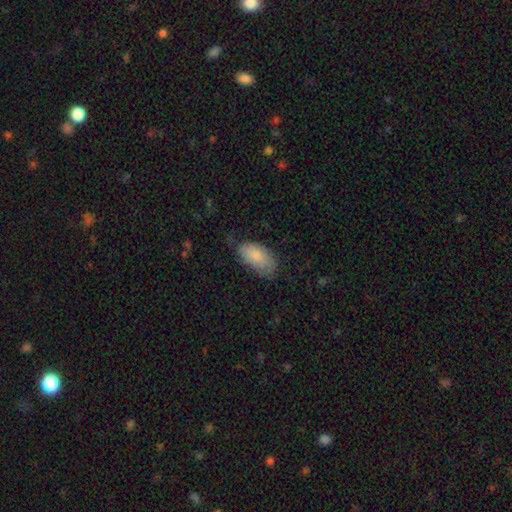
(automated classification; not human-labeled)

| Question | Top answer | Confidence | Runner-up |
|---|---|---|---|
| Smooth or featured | smooth | 82% | featured or disk (12%) |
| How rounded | in between | 94% | cigar-shaped (3%) |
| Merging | none | 61% | minor disturbance (30%) |